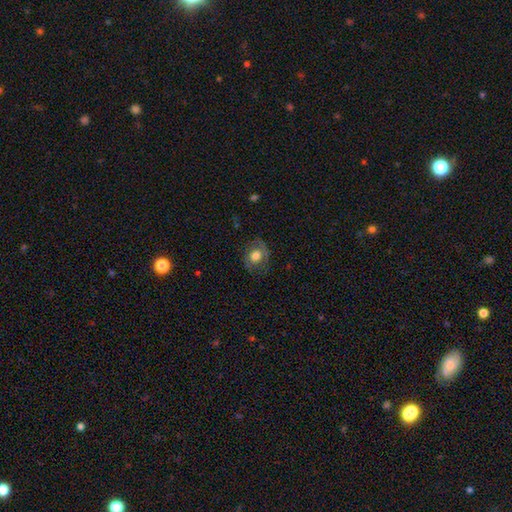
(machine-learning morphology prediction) Smooth or featured? smooth (57%)
How rounded? round (61%)
Merging? none (69%)